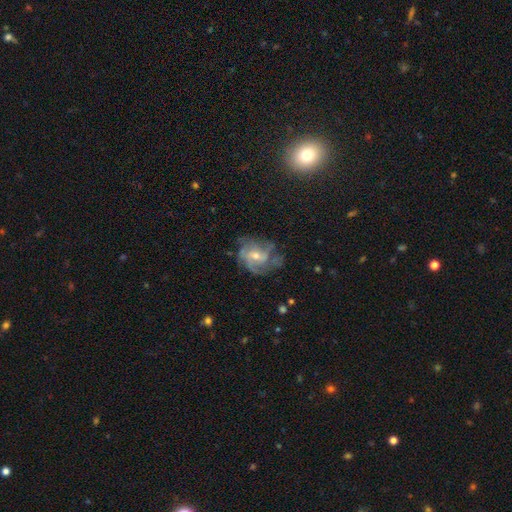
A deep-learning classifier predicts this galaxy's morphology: A featured or disk galaxy (72%) with no bar (53%), medium (45%) spiral arms (80%) and a small central bulge (50%).

Vote fractions:
- Smooth or featured? featured or disk: 72% / smooth: 19% / star or artifact: 9%
- Edge-on disk? no: 97% / yes: 3%
- Bar? no: 53% / weak: 38% / strong: 8%
- Spiral arms? yes: 80% / no: 20%
- Spiral winding? medium: 45% / tight: 31% / loose: 24%
- Spiral arm count? can't tell: 35% / 3: 25% / 2: 18% / 4: 13% / 1: 5% / more than 4: 5%
- Bulge size? small: 50% / moderate: 45% / large: 2% / none: 2% / dominant: 1%
- Merging? none: 53% / minor disturbance: 24% / major disturbance: 20% / merger: 3%